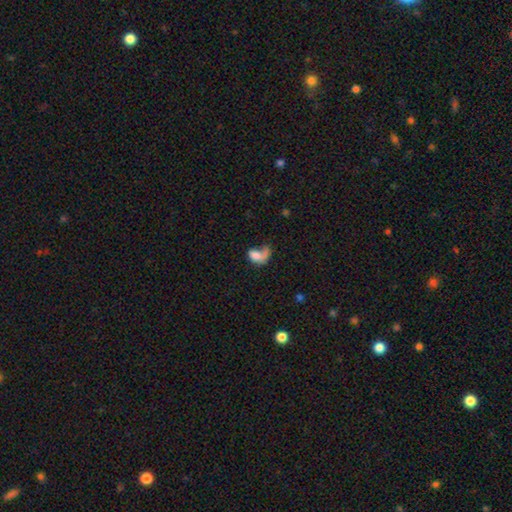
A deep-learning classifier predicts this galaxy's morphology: Overall: smooth (61%; featured or disk 29%). How rounded: in between (81%). Merging: major disturbance (43%; none 24%).